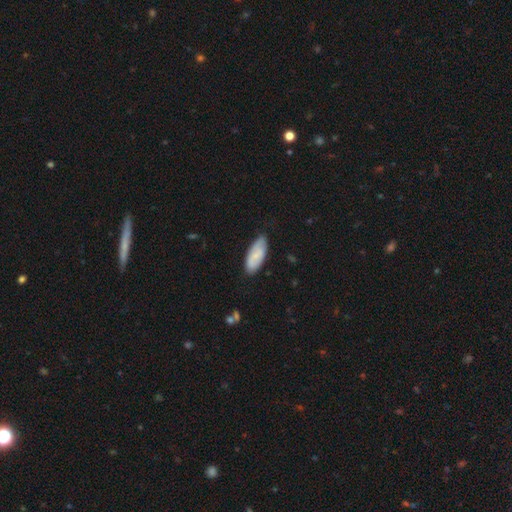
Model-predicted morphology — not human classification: smooth-or-featured: smooth: 71% | featured or disk: 22% | star or artifact: 6%
  how-rounded: in between: 82% | cigar-shaped: 17% | round: 2%
  merging: none: 72% | minor disturbance: 22% | major disturbance: 4% | merger: 2%